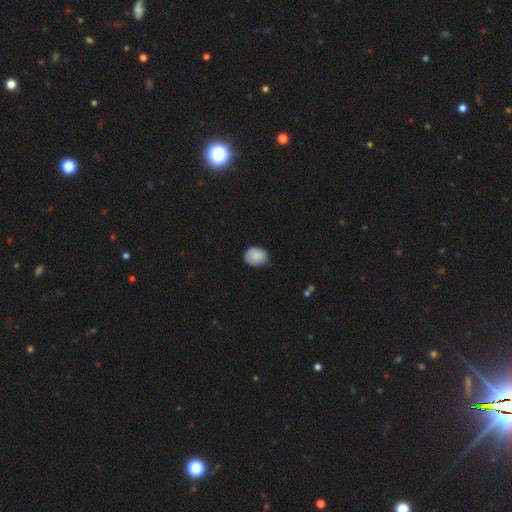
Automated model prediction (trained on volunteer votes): Q: Smooth or featured?
A: smooth (84%); runner-up: featured or disk (8%)
Q: How rounded?
A: round (57%); runner-up: in between (42%)
Q: Merging?
A: none (72%); runner-up: minor disturbance (23%)